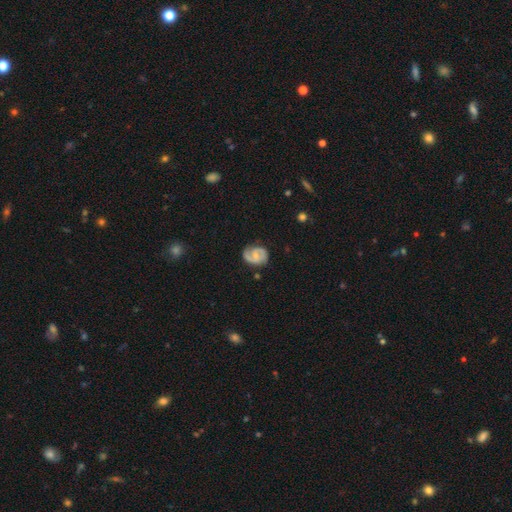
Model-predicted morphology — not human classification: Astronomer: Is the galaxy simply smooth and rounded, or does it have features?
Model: featured or disk — 78%.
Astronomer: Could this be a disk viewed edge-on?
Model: no — 98%.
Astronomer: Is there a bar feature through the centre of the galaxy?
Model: no — 45%, tied with weak at 45%.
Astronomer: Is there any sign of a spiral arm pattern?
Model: yes — 94%.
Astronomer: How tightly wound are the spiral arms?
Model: medium — 49% (runner-up: tight, 34%).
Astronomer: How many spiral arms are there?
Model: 2 — 83%.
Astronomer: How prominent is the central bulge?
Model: small — 56%.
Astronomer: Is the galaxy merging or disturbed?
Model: none — 73%.